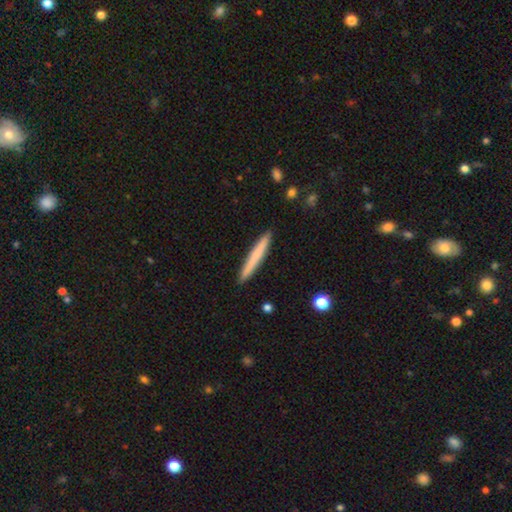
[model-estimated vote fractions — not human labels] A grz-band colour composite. It shows a smooth galaxy with no disk features (68%) that is cigar-shaped (97%). Merging: none (92%).